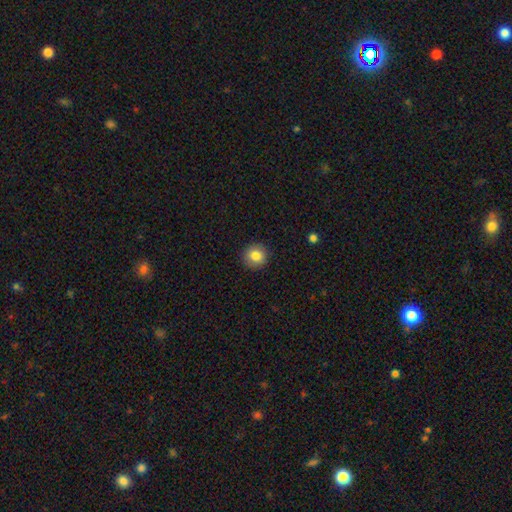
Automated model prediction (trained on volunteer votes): This appears to be a smooth galaxy with no disk features (84%) that is round (90%). Merging: none (91%).